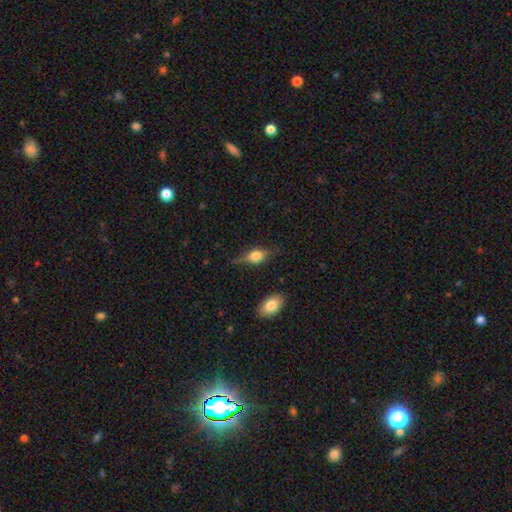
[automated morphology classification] smooth_or_featured: smooth (p=0.54) [alt: featured or disk p=0.36]
how_rounded: in between (p=0.71) [alt: round p=0.18]
merging: none (p=0.64) [alt: minor disturbance p=0.25]